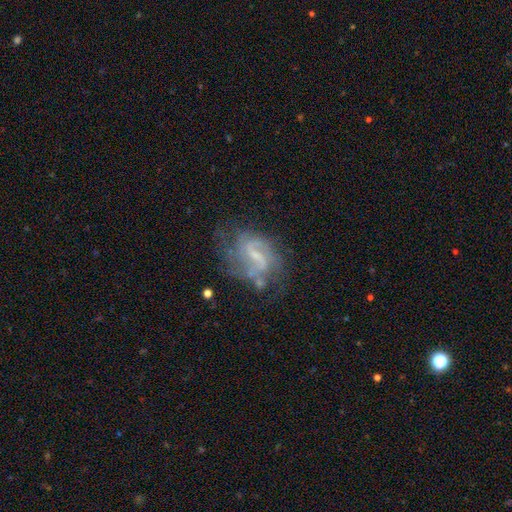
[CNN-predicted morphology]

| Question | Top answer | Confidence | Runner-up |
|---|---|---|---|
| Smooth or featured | featured or disk | 77% | smooth (13%) |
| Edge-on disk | no | 97% | yes (3%) |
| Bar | weak | 55% | strong (24%) |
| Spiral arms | yes | 84% | no (16%) |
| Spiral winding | medium | 43% | loose (32%) |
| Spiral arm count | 2 | 49% | can't tell (29%) |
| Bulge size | small | 54% | moderate (22%) |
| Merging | none | 52% | minor disturbance (23%) |